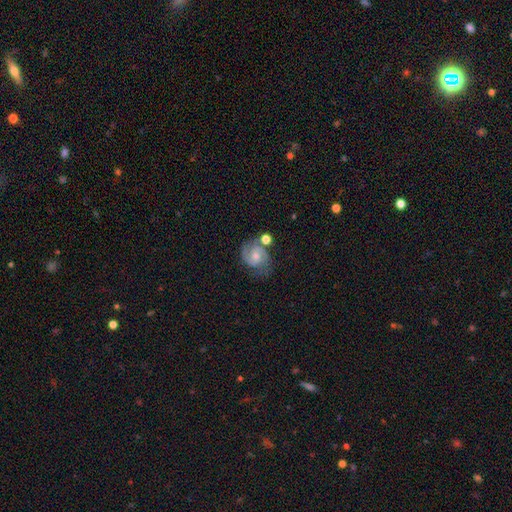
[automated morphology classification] Smooth or featured?
  - featured or disk: 81% *
  - smooth: 12%
  - star or artifact: 7%
Edge-on disk?
  - no: 98% *
  - yes: 2%
Bar?
  - no: 60% *
  - weak: 35%
  - strong: 6%
Spiral arms?
  - yes: 96% *
  - no: 4%
Spiral winding?
  - medium: 50% *
  - tight: 39%
  - loose: 11%
Spiral arm count?
  - 2: 87% *
  - can't tell: 5%
  - 3: 3%
  - 1: 2%
  - 4: 1%
  - more than 4: 1%
Bulge size?
  - moderate: 49% *
  - small: 39%
  - none: 6%
  - large: 4%
  - dominant: 1%
Merging?
  - none: 60% *
  - minor disturbance: 19%
  - merger: 13%
  - major disturbance: 8%